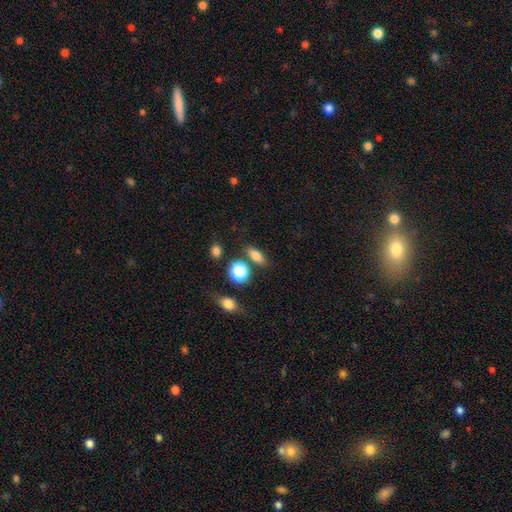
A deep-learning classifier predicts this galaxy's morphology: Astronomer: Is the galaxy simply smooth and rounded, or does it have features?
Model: smooth — 77%.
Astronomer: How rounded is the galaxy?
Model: in between — 71%.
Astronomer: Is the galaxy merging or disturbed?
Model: none — 78%.